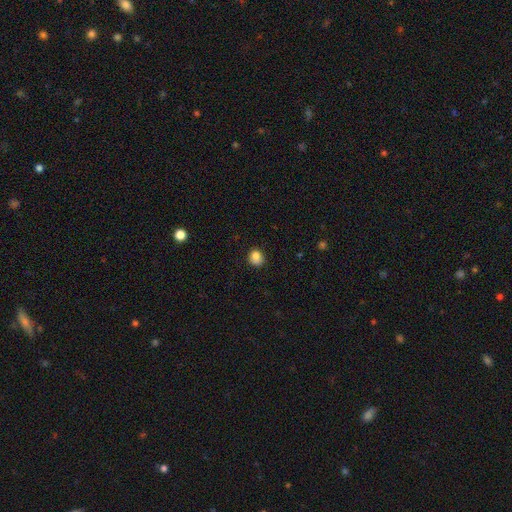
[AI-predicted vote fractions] Smooth or featured? Predicted: smooth (p=0.82). How rounded? Predicted: round (p=0.77). Merging? Predicted: none (p=0.71).